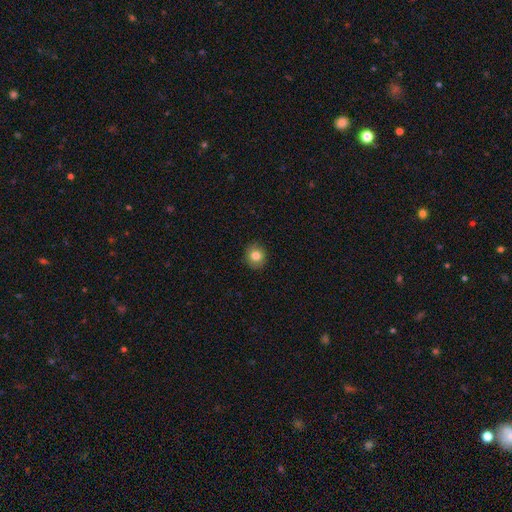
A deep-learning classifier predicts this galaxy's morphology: smooth_or_featured: smooth (p=0.82) [alt: star or artifact p=0.10]
how_rounded: round (p=0.84) [alt: in between p=0.15]
merging: none (p=0.90) [alt: minor disturbance p=0.08]